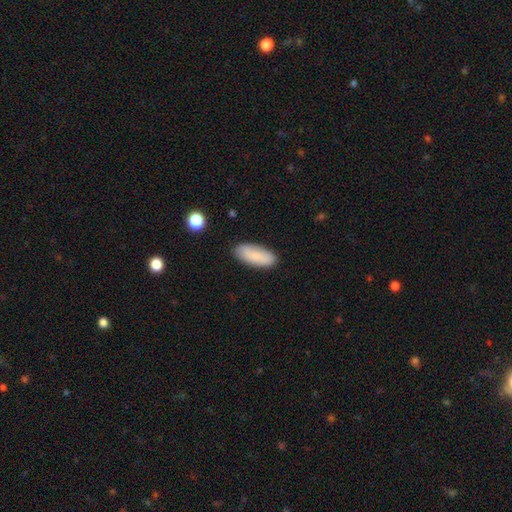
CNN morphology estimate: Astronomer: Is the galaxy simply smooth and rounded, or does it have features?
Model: smooth — 85%.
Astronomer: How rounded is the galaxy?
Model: in between — 81%.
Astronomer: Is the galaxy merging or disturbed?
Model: none — 85%.